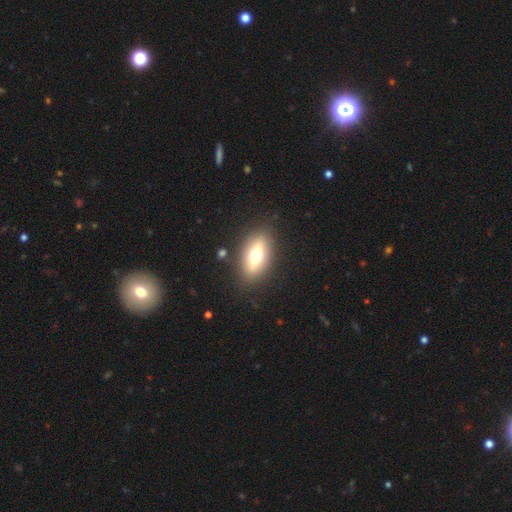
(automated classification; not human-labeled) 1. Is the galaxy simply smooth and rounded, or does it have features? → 57% smooth, 35% featured or disk, 9% star or artifact.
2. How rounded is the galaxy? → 78% in between, 15% cigar-shaped, 7% round.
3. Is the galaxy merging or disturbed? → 85% none, 9% minor disturbance, 4% major disturbance, 2% merger.